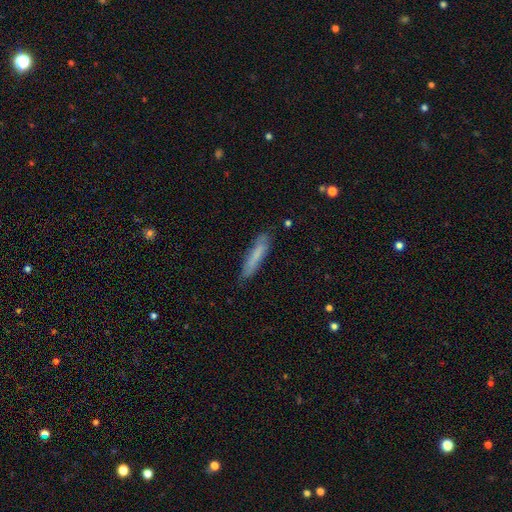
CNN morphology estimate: This appears to be a smooth galaxy with no disk features (73%) that is cigar-shaped (89%). Merging: none (81%).